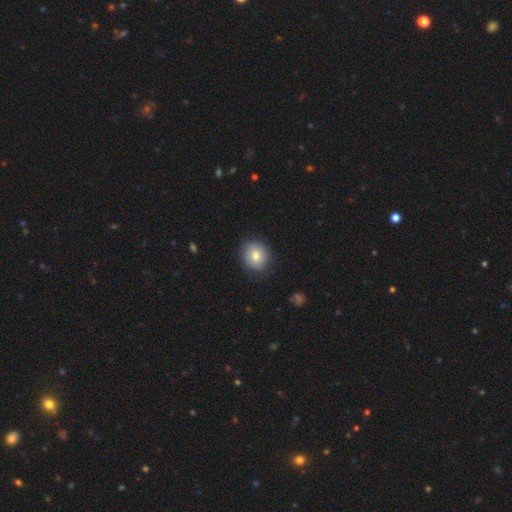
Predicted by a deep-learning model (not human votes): Smooth or featured: smooth — 79% (featured or disk — 12%)
How rounded: round — 84% (in between — 15%)
Merging: none — 86% (minor disturbance — 10%)